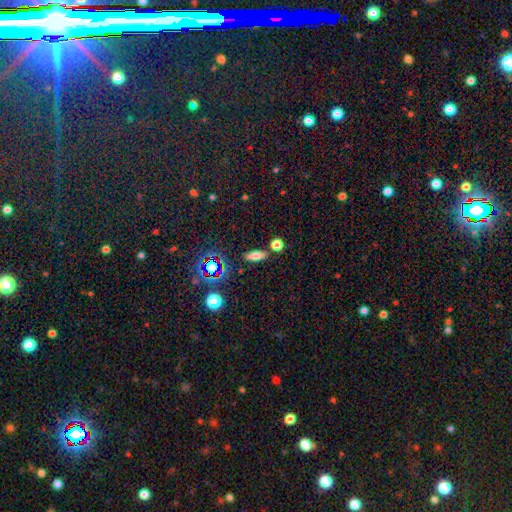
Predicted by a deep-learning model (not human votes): smooth_or_featured: smooth (p=0.69) [alt: featured or disk p=0.16]
how_rounded: in between (p=0.66) [alt: cigar-shaped p=0.27]
merging: none (p=0.80) [alt: minor disturbance p=0.11]